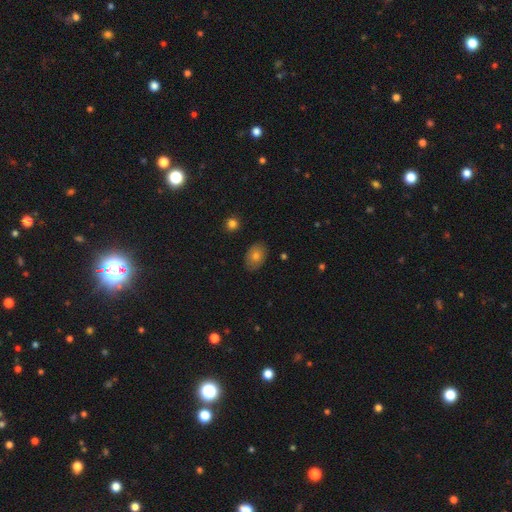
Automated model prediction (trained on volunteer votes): smooth-or-featured: smooth: 75% | featured or disk: 15% | star or artifact: 10%
  how-rounded: in between: 79% | round: 19% | cigar-shaped: 1%
  merging: none: 84% | minor disturbance: 12% | major disturbance: 2% | merger: 1%